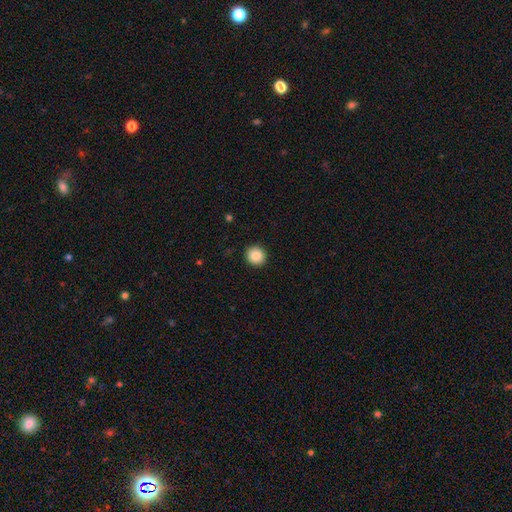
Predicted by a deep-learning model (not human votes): smooth 88%, star or artifact 9%, featured or disk 3%. Down the decision tree: how rounded — round (92%); merging — none (92%).